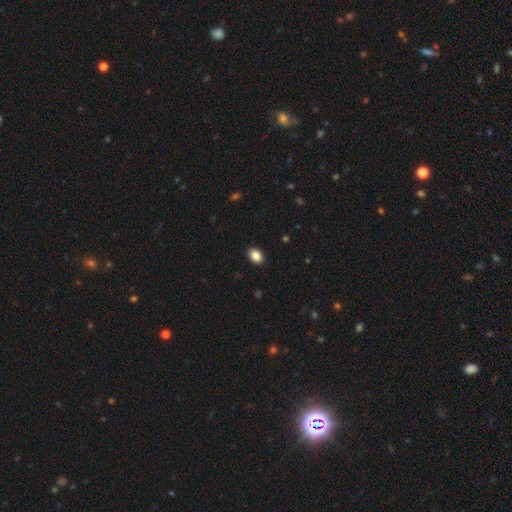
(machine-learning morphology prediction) A smooth galaxy with no disk features (88%) that is in between round and cigar-shaped (77%). Merging: none (90%).